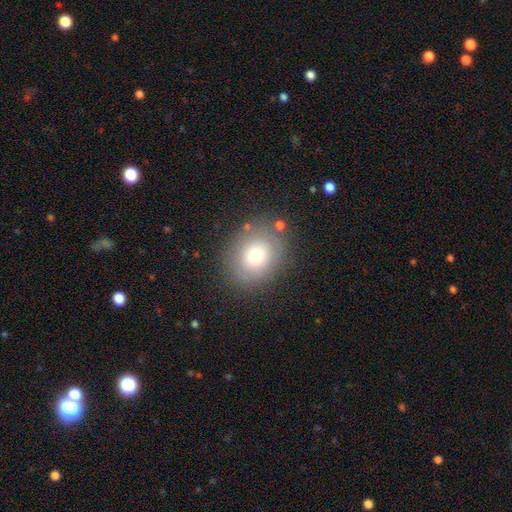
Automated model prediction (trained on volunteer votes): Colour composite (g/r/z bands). It shows a smooth galaxy with no disk features (70%) that is round (60%). Merging: none (79%).